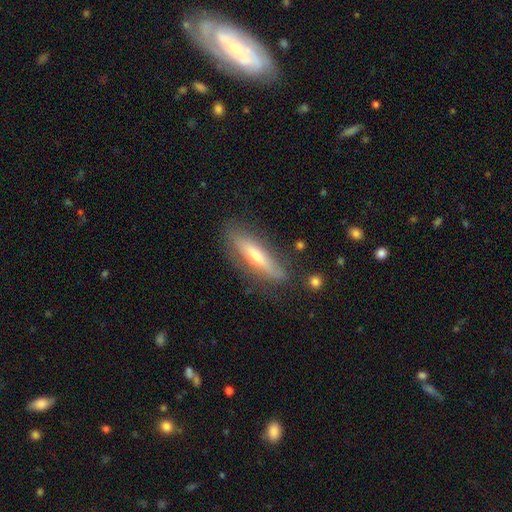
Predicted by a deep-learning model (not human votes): Overall: smooth (49%; featured or disk 44%). Merging: none (76%).